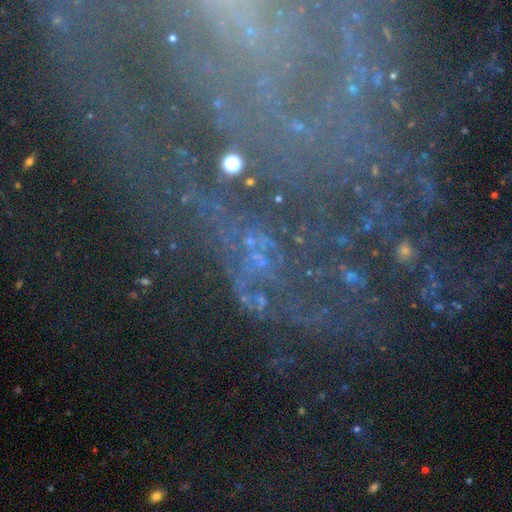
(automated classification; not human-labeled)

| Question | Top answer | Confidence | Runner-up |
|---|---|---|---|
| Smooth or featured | star or artifact | 54% | featured or disk (33%) |